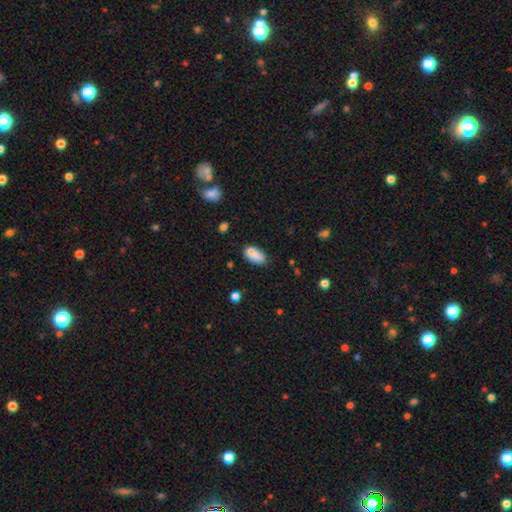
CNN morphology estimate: A smooth galaxy with no disk features (79%) that is in between round and cigar-shaped (91%).

Vote fractions:
- Smooth or featured? smooth: 79% / featured or disk: 12% / star or artifact: 8%
- How rounded? in between: 91% / round: 5% / cigar-shaped: 4%
- Merging? none: 58% / merger: 19% / minor disturbance: 18% / major disturbance: 5%